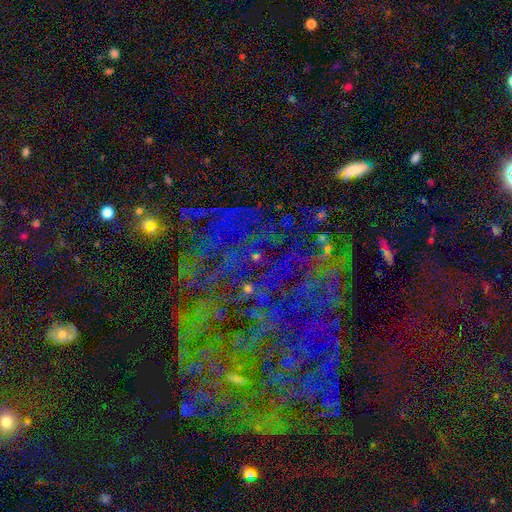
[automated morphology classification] type=star or artifact (73%).